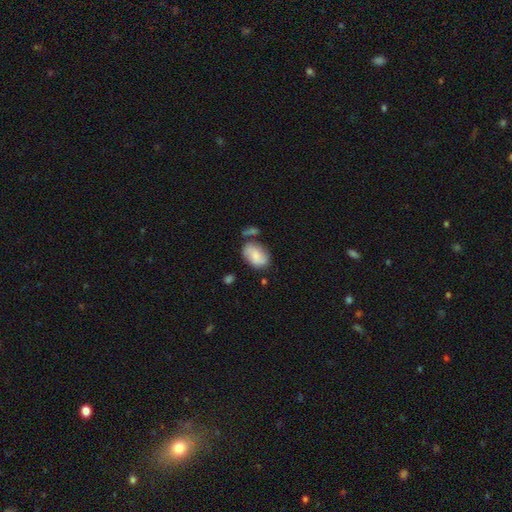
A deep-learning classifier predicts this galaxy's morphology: A smooth galaxy with no disk features (73%) that is in between round and cigar-shaped (88%). Merging: none (53%).